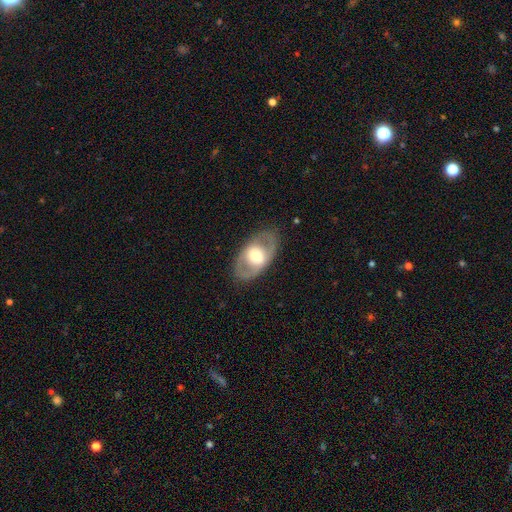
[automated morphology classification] Q: Smooth or featured?
A: featured or disk (60%); runner-up: smooth (34%)
Q: Edge-on disk?
A: no (89%); runner-up: yes (11%)
Q: Bar?
A: no (49%); runner-up: weak (31%)
Q: Spiral arms?
A: no (67%); runner-up: yes (33%)
Q: Bulge size?
A: moderate (59%); runner-up: large (24%)
Q: Merging?
A: none (81%); runner-up: minor disturbance (11%)